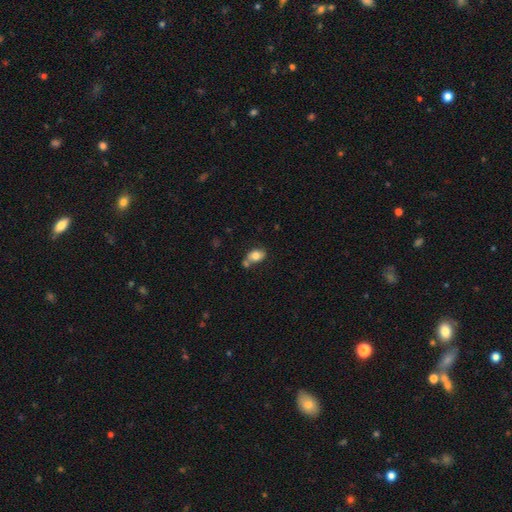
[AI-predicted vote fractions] Smooth or featured? smooth (77%)
How rounded? in between (80%)
Merging? none (47%)